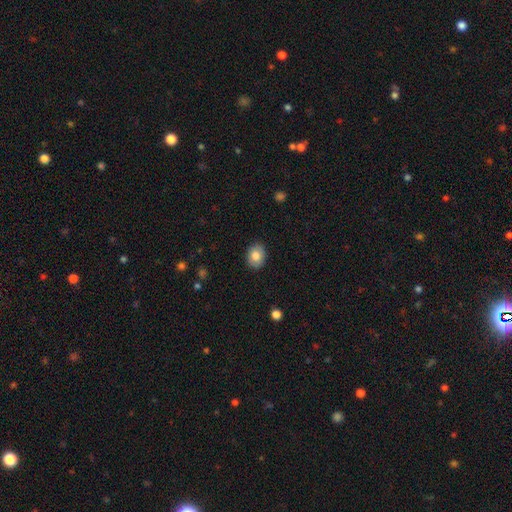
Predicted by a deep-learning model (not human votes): A smooth galaxy with no disk features (82%) that is in between round and cigar-shaped (64%).

Vote fractions:
- Smooth or featured? smooth: 82% / featured or disk: 11% / star or artifact: 8%
- How rounded? in between: 64% / round: 35% / cigar-shaped: 1%
- Merging? none: 88% / minor disturbance: 9% / major disturbance: 2% / merger: 1%